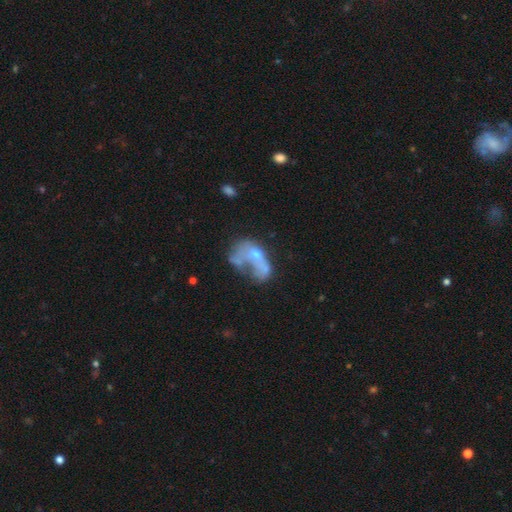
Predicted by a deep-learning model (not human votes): This appears to be a featured or disk galaxy (50%). Merging: merger (40%).